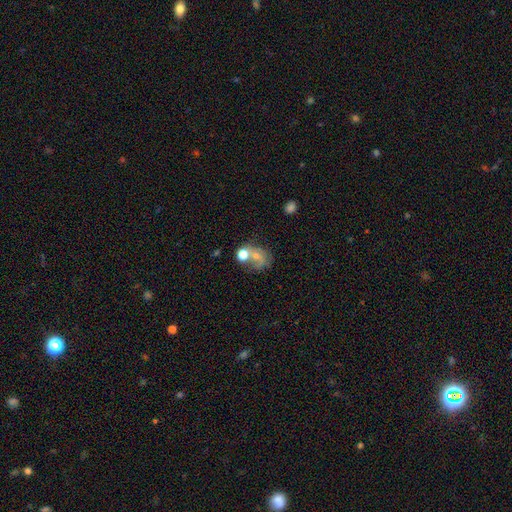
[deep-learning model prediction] This appears to be a smooth galaxy with no disk features (55%) that is round (55%). Merging: merger (42%).